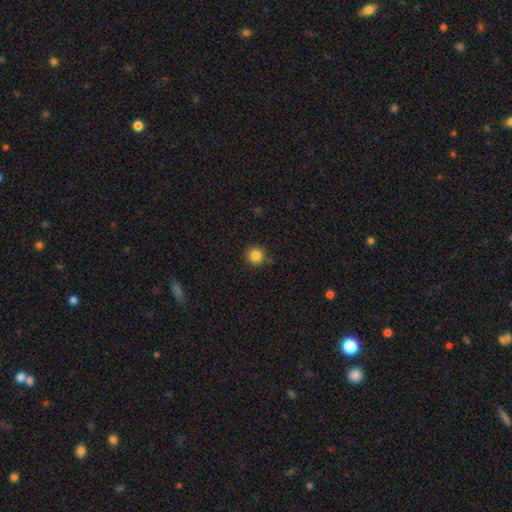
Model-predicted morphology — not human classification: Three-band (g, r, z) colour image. It shows a smooth galaxy with no disk features (84%) that is round (94%). Merging: none (87%).